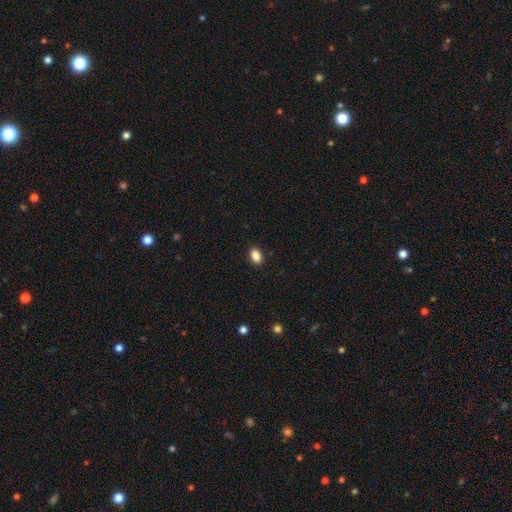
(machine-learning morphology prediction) type=smooth (87%); roundness=in between (84%); merging=none (90%).